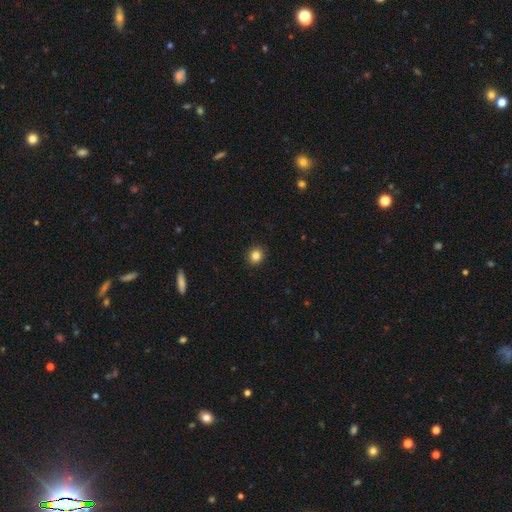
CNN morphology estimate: Smooth or featured? smooth (85%)
How rounded? round (78%)
Merging? none (91%)